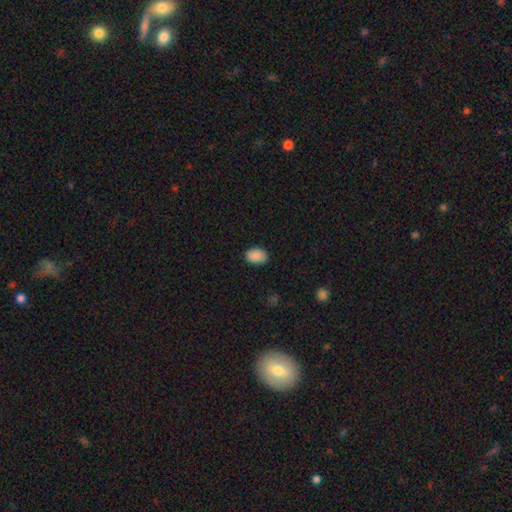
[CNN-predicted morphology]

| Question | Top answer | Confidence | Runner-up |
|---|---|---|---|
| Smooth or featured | smooth | 89% | star or artifact (8%) |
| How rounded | in between | 80% | round (19%) |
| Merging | none | 86% | minor disturbance (11%) |